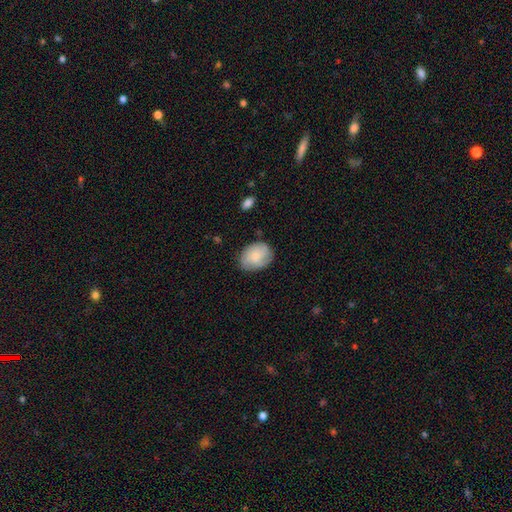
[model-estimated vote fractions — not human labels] This appears to be a smooth galaxy with no disk features (68%) that is in between round and cigar-shaped (68%). Merging: none (75%).